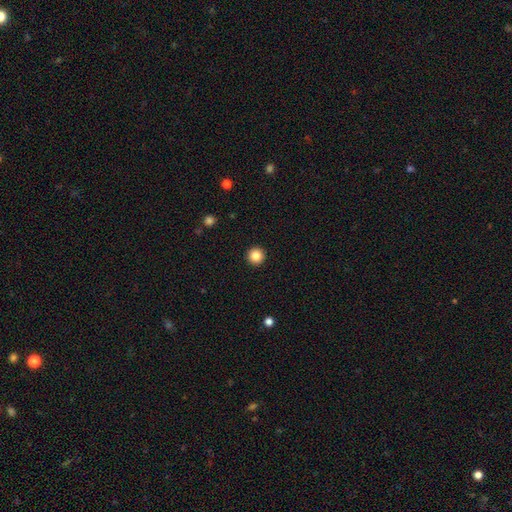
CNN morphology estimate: type=smooth (85%); roundness=round (97%); merging=none (94%).